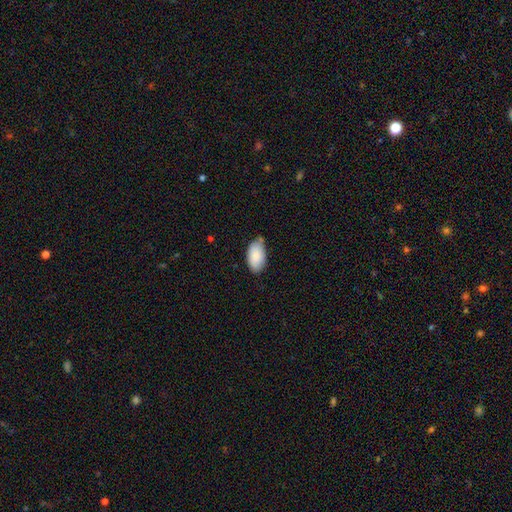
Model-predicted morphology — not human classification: A smooth galaxy with no disk features (88%) that is in between round and cigar-shaped (95%).

Vote fractions:
- Smooth or featured? smooth: 88% / star or artifact: 6% / featured or disk: 6%
- How rounded? in between: 95% / round: 3% / cigar-shaped: 2%
- Merging? none: 64% / minor disturbance: 28% / major disturbance: 4% / merger: 4%